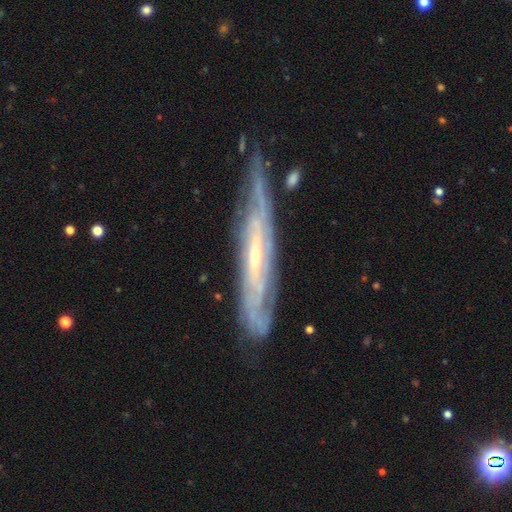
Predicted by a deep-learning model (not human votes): This appears to be a featured or disk galaxy (83%). Merging: none (65%).